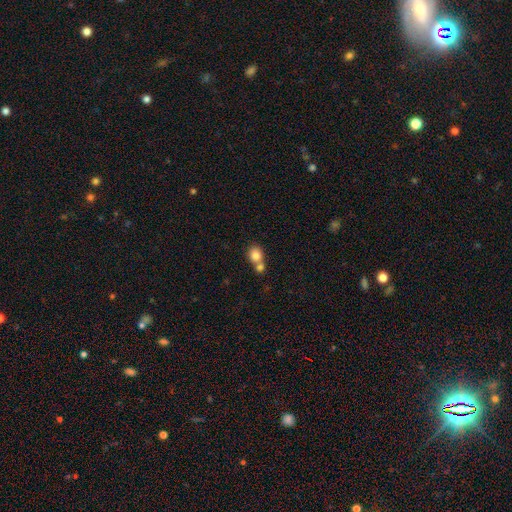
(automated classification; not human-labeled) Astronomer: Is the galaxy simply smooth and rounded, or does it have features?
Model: smooth — 82%.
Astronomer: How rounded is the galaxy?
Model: round — 65%.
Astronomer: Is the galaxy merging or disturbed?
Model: merger — 52% (runner-up: none, 38%).